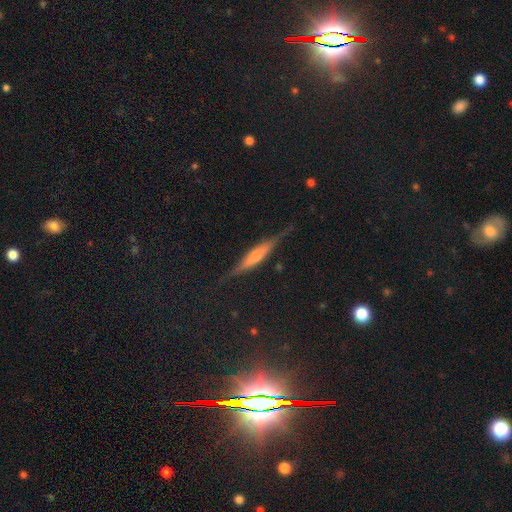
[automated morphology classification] This appears to be a featured or disk galaxy (62%) viewed edge-on (92%) with a rounded central bulge (69%). Merging: none (81%).